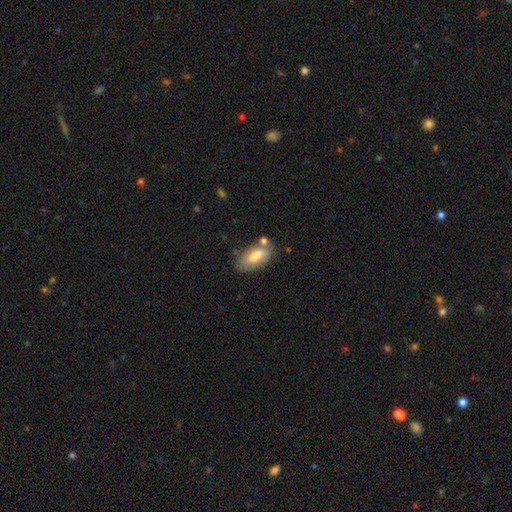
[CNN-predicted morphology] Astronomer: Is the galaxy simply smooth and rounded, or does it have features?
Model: smooth — 71%.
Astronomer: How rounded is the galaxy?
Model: in between — 90%.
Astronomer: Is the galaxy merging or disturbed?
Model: none — 67%.